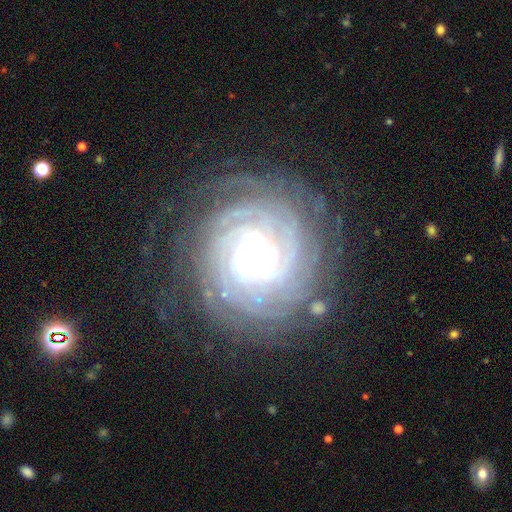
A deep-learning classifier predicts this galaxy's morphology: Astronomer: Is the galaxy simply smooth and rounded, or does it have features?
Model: featured or disk — 89%.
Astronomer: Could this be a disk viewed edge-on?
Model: no — 97%.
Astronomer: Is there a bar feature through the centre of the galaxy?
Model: no — 59%.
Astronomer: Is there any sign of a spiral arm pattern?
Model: yes — 98%.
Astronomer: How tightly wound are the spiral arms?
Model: tight — 85%.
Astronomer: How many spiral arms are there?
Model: more than 4 — 27% (runner-up: can't tell, 21%).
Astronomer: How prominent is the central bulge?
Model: moderate — 49% (runner-up: large, 34%).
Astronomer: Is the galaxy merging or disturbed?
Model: none — 79%.